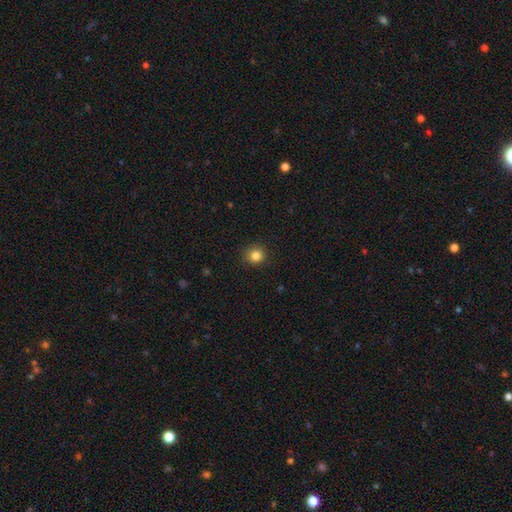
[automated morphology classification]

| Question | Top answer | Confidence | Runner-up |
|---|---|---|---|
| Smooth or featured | smooth | 84% | star or artifact (11%) |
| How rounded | round | 91% | in between (8%) |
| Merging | none | 90% | minor disturbance (7%) |